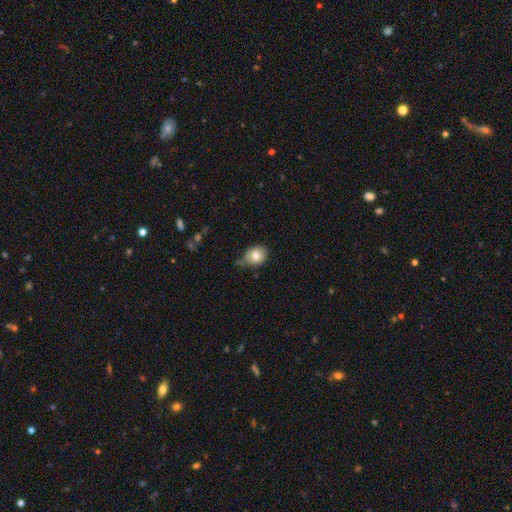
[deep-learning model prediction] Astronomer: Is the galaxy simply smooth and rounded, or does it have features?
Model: smooth — 78%.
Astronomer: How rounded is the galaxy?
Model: round — 54% (runner-up: in between, 45%).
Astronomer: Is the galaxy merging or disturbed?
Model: none — 51% (runner-up: minor disturbance, 36%).